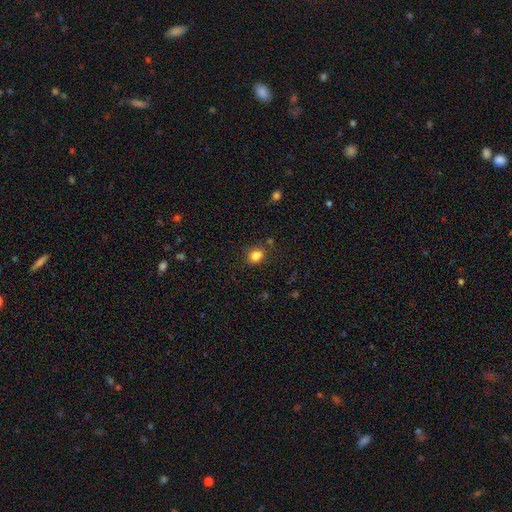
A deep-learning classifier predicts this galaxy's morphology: This is clearly a smooth galaxy (83%). How rounded: possibly in between (55%). Merging: likely none (74%).